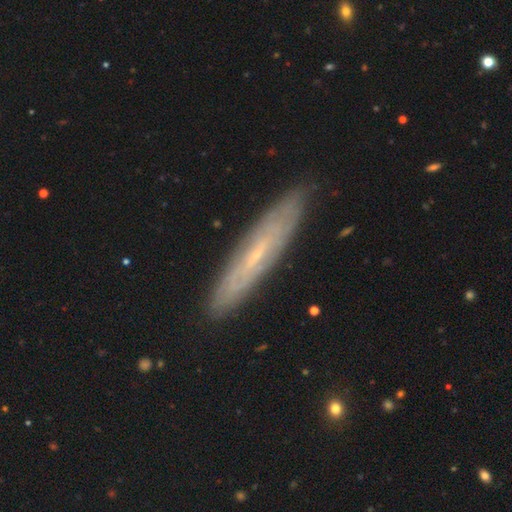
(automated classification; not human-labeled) Smooth or featured?
  - featured or disk: 63% *
  - smooth: 29%
  - star or artifact: 8%
Edge-on disk?
  - yes: 58% *
  - no: 42%
Merging?
  - none: 87% *
  - minor disturbance: 10%
  - major disturbance: 2%
  - merger: 1%